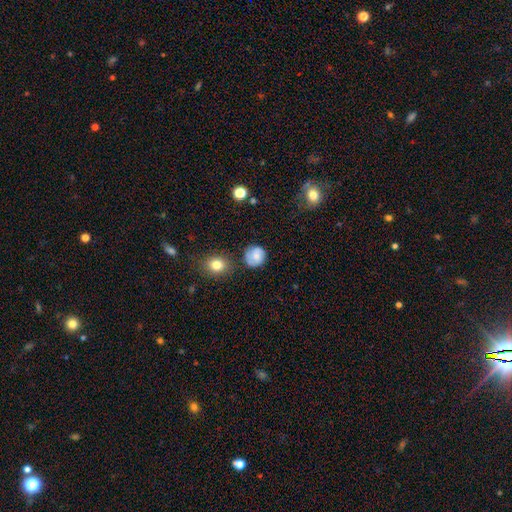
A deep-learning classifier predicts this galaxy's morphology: A smooth galaxy with no disk features (74%) that is round (85%).

Vote fractions:
- Smooth or featured? smooth: 74% / featured or disk: 17% / star or artifact: 9%
- How rounded? round: 85% / in between: 14% / cigar-shaped: 1%
- Merging? none: 73% / minor disturbance: 19% / major disturbance: 5% / merger: 3%